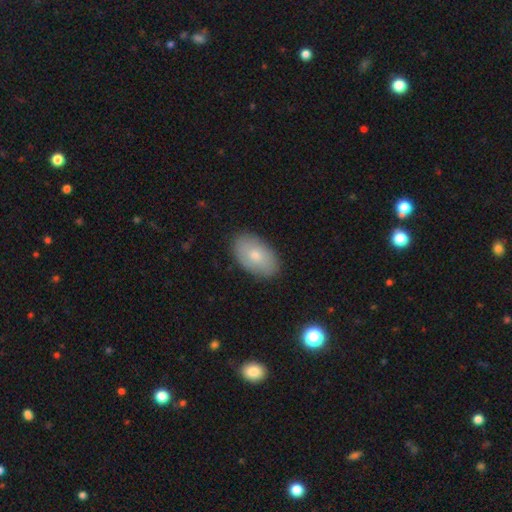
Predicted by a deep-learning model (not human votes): Smooth or featured? smooth (73%)
How rounded? in between (93%)
Merging? none (85%)